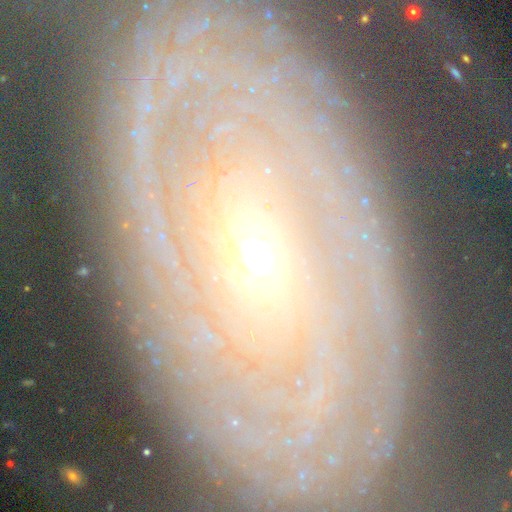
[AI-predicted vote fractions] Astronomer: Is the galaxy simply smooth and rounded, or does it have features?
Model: featured or disk — 86%.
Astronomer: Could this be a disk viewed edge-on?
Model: no — 96%.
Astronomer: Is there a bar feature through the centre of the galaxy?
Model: no — 55%.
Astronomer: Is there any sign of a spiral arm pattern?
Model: yes — 93%.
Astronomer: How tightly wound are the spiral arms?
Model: tight — 61%.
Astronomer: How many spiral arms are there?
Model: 2 — 48%.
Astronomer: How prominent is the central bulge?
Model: small — 68%.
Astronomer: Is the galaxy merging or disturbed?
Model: none — 59%.